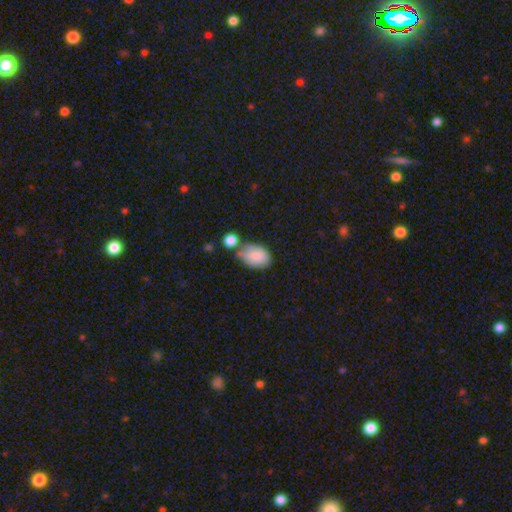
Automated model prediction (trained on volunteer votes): smooth-or-featured: smooth: 85% | star or artifact: 7% | featured or disk: 7%
  how-rounded: in between: 85% | round: 14% | cigar-shaped: 1%
  merging: none: 48% | minor disturbance: 23% | merger: 22% | major disturbance: 7%